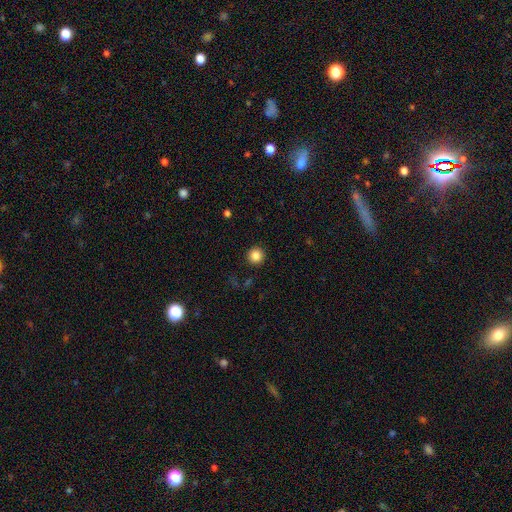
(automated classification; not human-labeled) This is clearly a smooth galaxy (84%). How rounded: clearly round (95%). Merging: clearly none (92%).